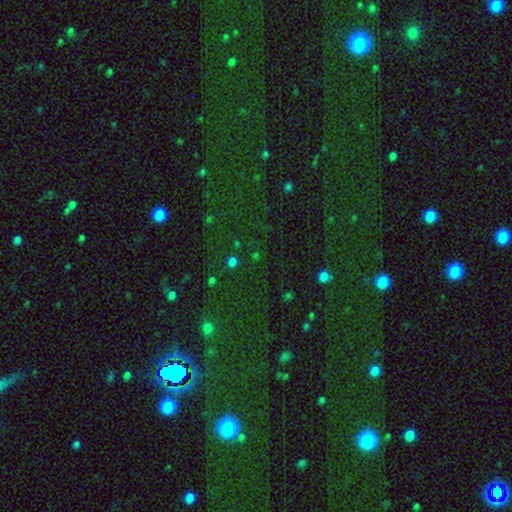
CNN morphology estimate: A star or artifact, not a galaxy (57%).

Vote fractions:
- Smooth or featured? star or artifact: 57% / smooth: 35% / featured or disk: 8%